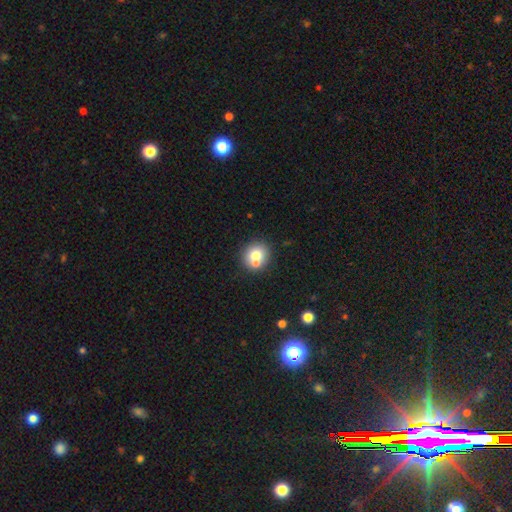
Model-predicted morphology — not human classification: Smooth or featured?
  - smooth: 71% *
  - featured or disk: 18%
  - star or artifact: 11%
How rounded?
  - round: 84% *
  - in between: 15%
  - cigar-shaped: 1%
Merging?
  - none: 56% *
  - merger: 33%
  - minor disturbance: 9%
  - major disturbance: 3%